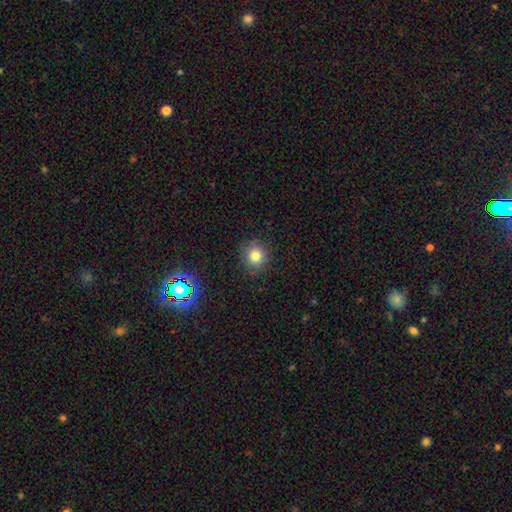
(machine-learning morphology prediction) Overall: smooth (80%). How rounded: round (87%). Merging: none (87%).